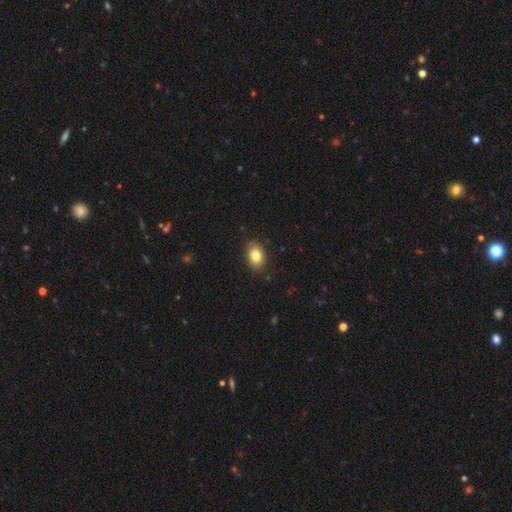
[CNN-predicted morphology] Smooth or featured? smooth (82%)
How rounded? in between (80%)
Merging? none (86%)